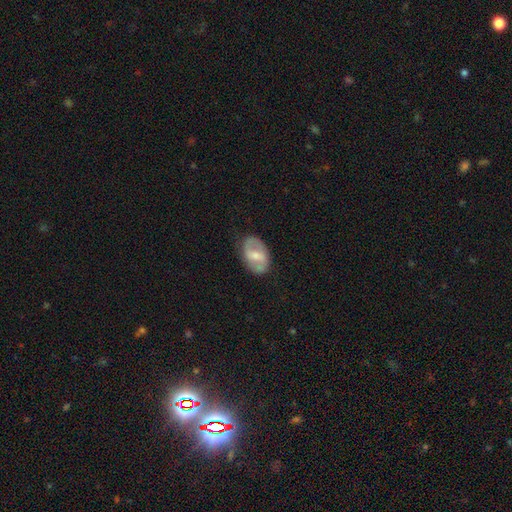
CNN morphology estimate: This is likely a featured or disk galaxy (62%). It is clearly not viewed edge-on (95%). Bar: possibly weak (48%). Spiral arm pattern: likely yes (72%). Central bulge: possibly moderate (53%). Merging: clearly none (81%).